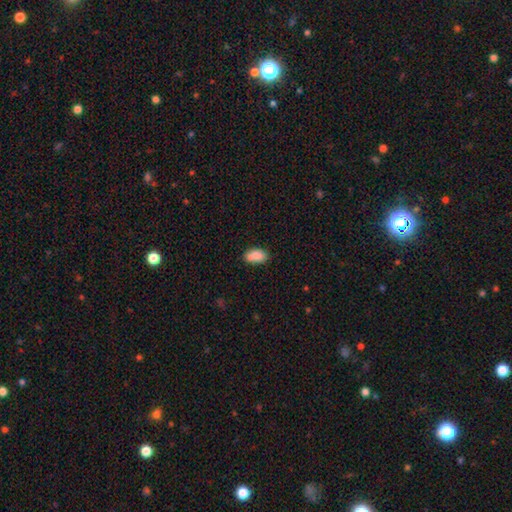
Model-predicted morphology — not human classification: A smooth galaxy with no disk features (80%) that is in between round and cigar-shaped (89%). Merging: none (55%).